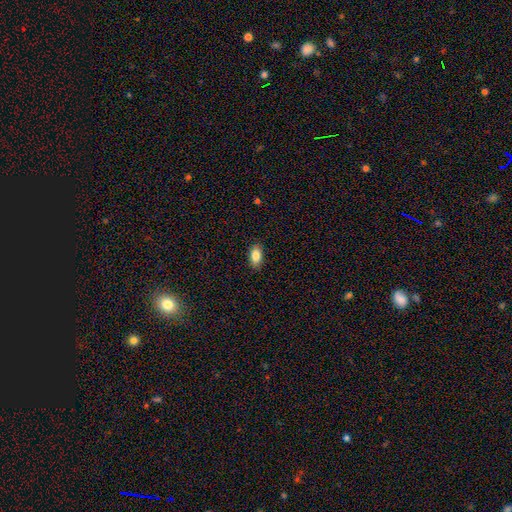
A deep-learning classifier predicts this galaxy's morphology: Smooth or featured: smooth — 86% (star or artifact — 8%)
How rounded: in between — 91% (cigar-shaped — 5%)
Merging: none — 88% (minor disturbance — 9%)